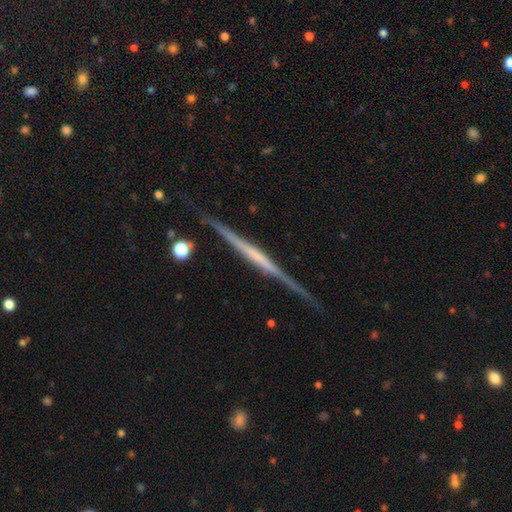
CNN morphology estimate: The model was most divided on "edge-on bulge": none: 66%, boxy: 17%, rounded: 17%. More confident: edge-on disk — yes (98%); merging — none (85%); smooth or featured — featured or disk (78%).